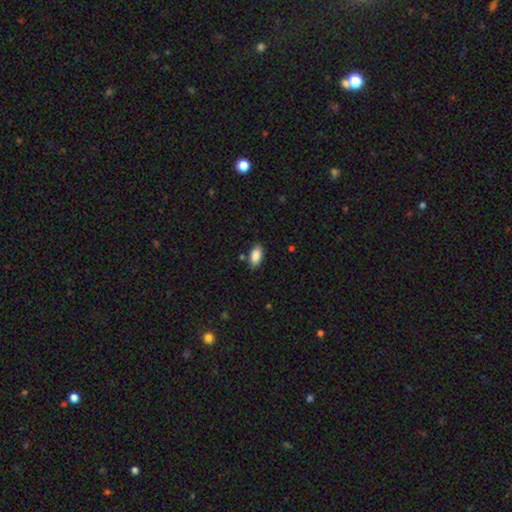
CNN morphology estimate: A smooth galaxy with no disk features (88%) that is in between round and cigar-shaped (92%). Merging: none (83%).